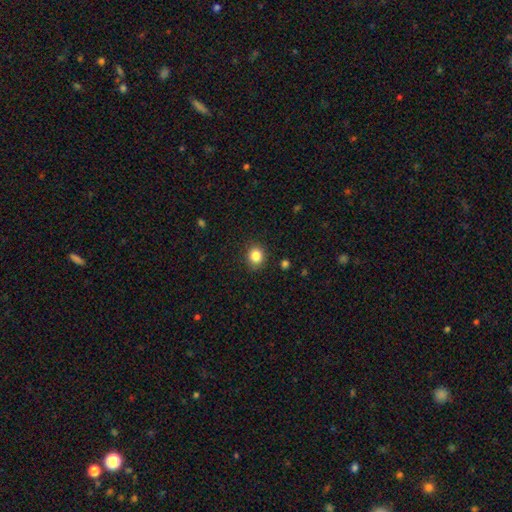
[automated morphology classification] The model was most divided on "how rounded": round: 77%, in between: 22%, cigar-shaped: 1%. More confident: merging — none (89%); smooth or featured — smooth (85%).